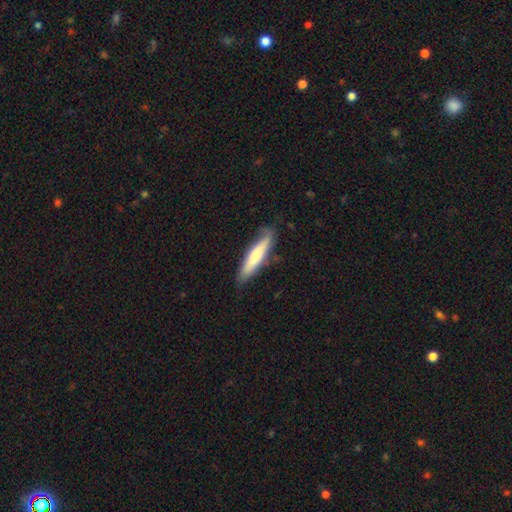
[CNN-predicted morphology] Smooth or featured? Predicted: smooth (p=0.65). How rounded? Predicted: cigar-shaped (p=0.85). Merging? Predicted: none (p=0.72).